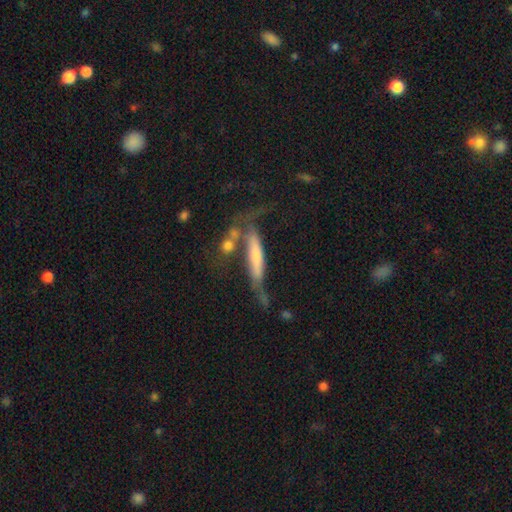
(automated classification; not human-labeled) Overall: featured or disk (49%; smooth 44%). Merging: none (37%; minor disturbance 22%).